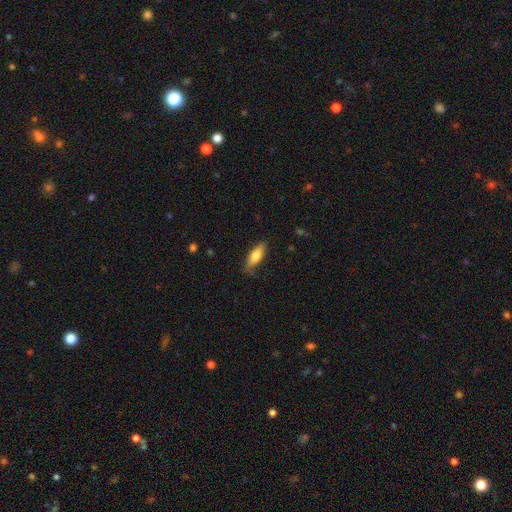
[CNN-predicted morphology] Smooth or featured?
  - smooth: 73% *
  - featured or disk: 20%
  - star or artifact: 6%
How rounded?
  - in between: 65% *
  - cigar-shaped: 32%
  - round: 2%
Merging?
  - none: 68% *
  - minor disturbance: 24%
  - major disturbance: 6%
  - merger: 2%